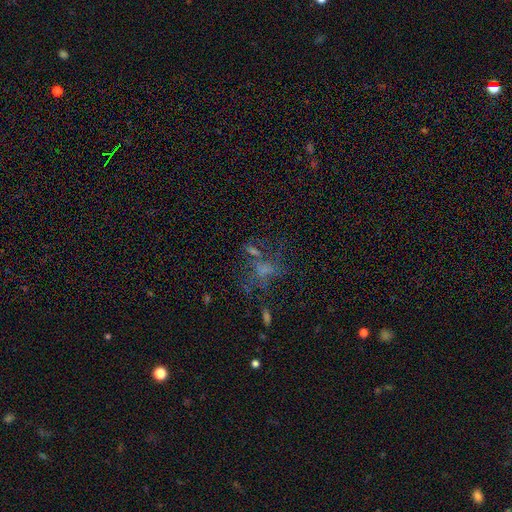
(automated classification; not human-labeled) A star or artifact, not a galaxy (37%).

Vote fractions:
- Smooth or featured? star or artifact: 37% / featured or disk: 34% / smooth: 29%